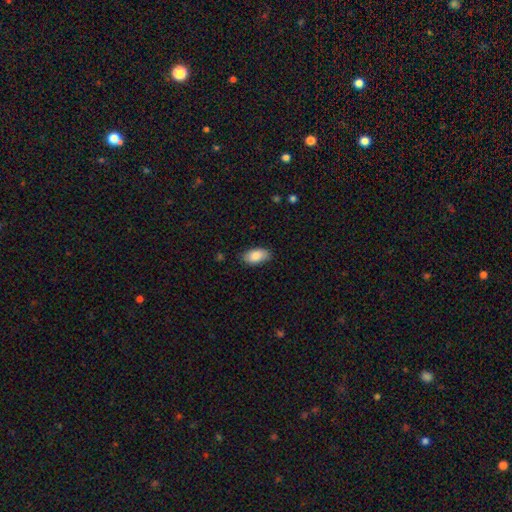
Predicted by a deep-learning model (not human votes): This is clearly a smooth galaxy (85%). How rounded: clearly in between (94%). Merging: clearly none (84%).